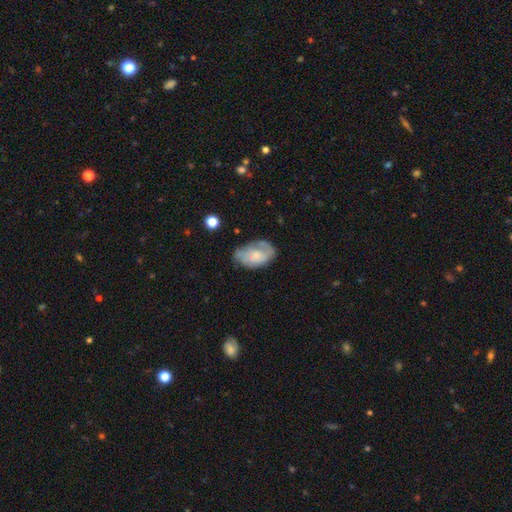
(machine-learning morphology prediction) A featured or disk galaxy (49%). Merging: none (54%).